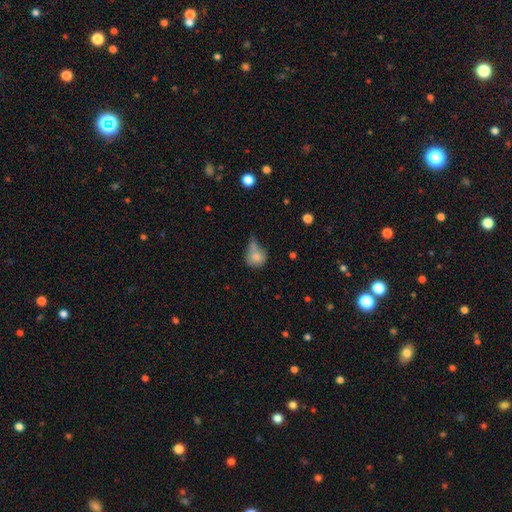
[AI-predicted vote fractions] Morphology: type=smooth (78%); roundness=round (70%); merging=none (33%).